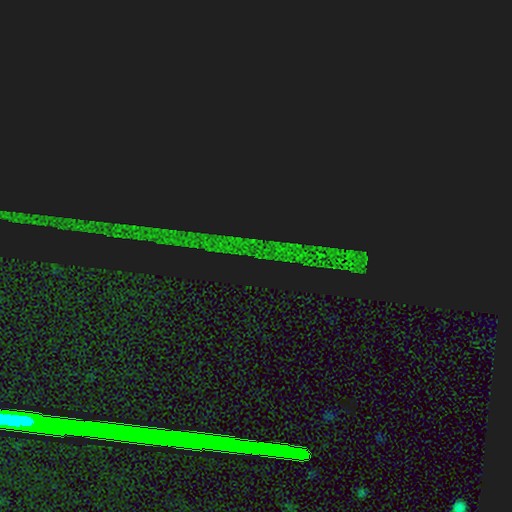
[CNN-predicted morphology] Smooth or featured? star or artifact (86%)